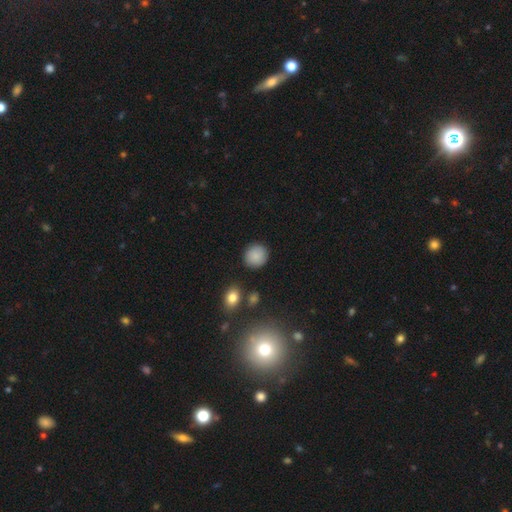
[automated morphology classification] type=smooth (87%); roundness=round (88%); merging=none (89%).